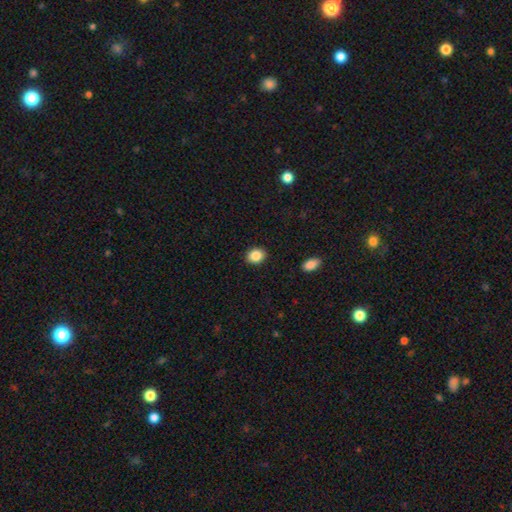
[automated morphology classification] Overall: smooth (87%). How rounded: round (51%; in between 48%). Merging: none (90%).